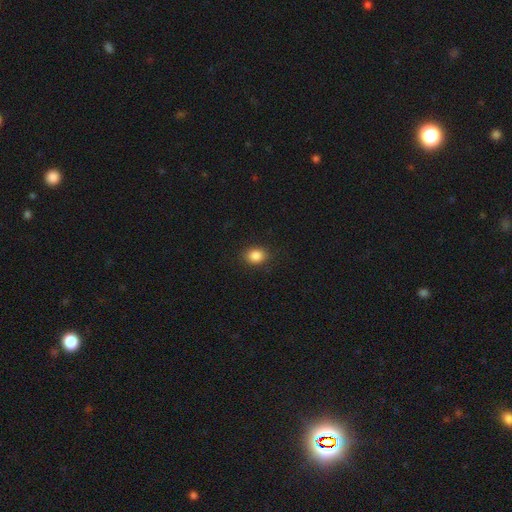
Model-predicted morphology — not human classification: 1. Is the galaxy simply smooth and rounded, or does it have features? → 86% smooth, 10% star or artifact, 4% featured or disk.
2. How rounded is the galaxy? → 51% round, 48% in between, 1% cigar-shaped.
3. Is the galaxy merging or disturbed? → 88% none, 9% minor disturbance, 2% major disturbance, 1% merger.